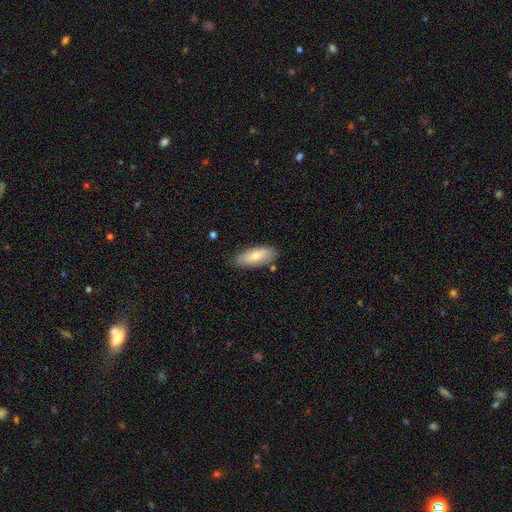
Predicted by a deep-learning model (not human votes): Morphology: type=smooth (79%); roundness=in between (82%); merging=none (77%).